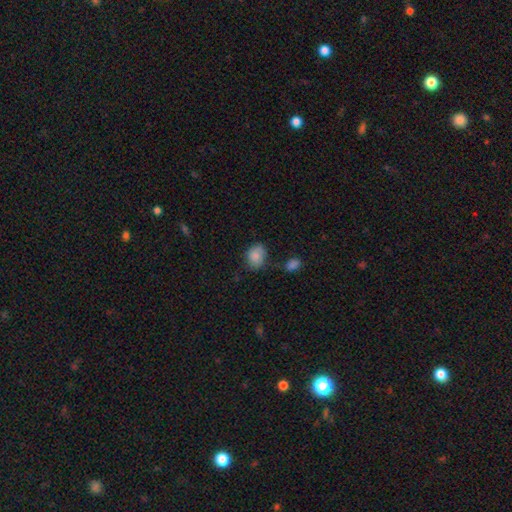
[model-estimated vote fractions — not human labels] Smooth or featured? Predicted: smooth (p=0.85). How rounded? Predicted: in between (p=0.54). Merging? Predicted: none (p=0.62).